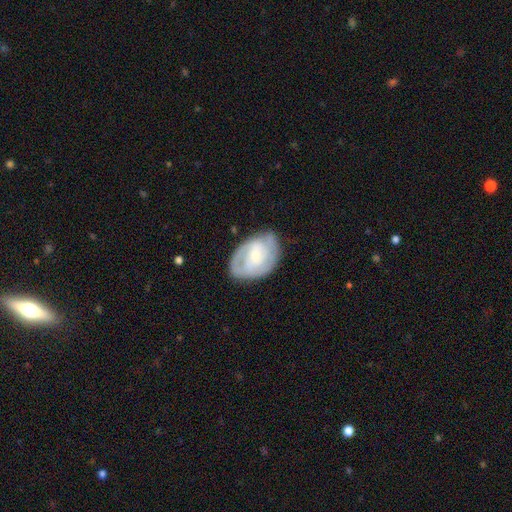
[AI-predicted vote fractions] Smooth or featured: featured or disk — 65% (smooth — 29%)
Edge-on disk: no — 96% (yes — 4%)
Bar: no — 46% (weak — 41%)
Spiral arms: yes — 76% (no — 24%)
Bulge size: small — 57% (moderate — 37%)
Merging: none — 66% (minor disturbance — 24%)